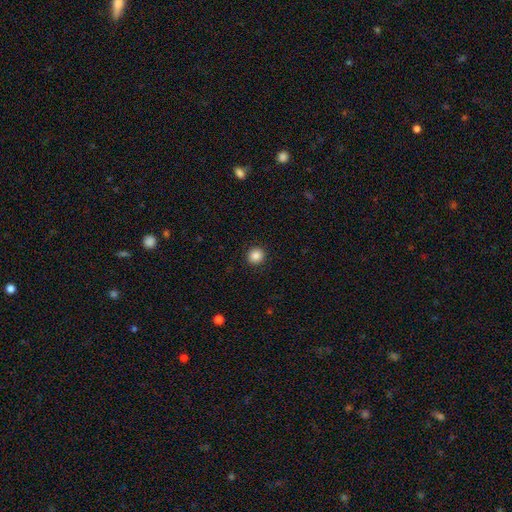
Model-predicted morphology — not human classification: This appears to be a smooth galaxy with no disk features (87%) that is round (90%). Merging: none (92%).